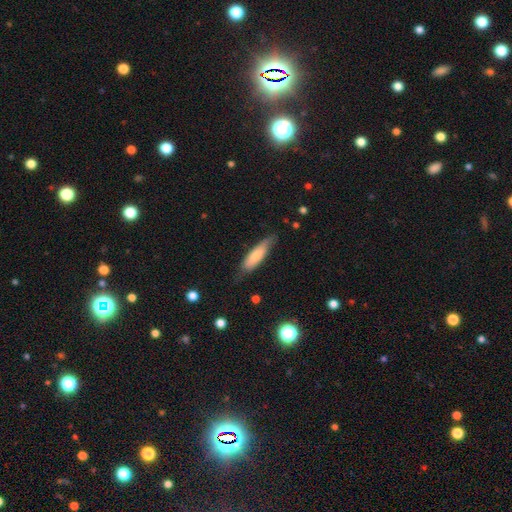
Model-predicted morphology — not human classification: Q: Smooth or featured?
A: smooth (76%); runner-up: featured or disk (19%)
Q: How rounded?
A: cigar-shaped (62%); runner-up: in between (36%)
Q: Merging?
A: none (67%); runner-up: minor disturbance (26%)